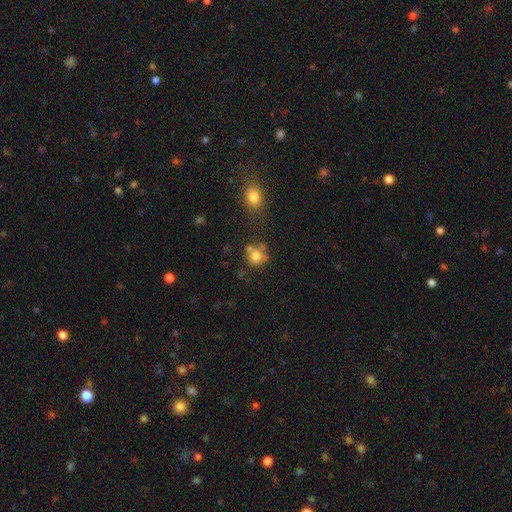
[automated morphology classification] type=smooth (76%); roundness=round (80%); merging=none (54%).